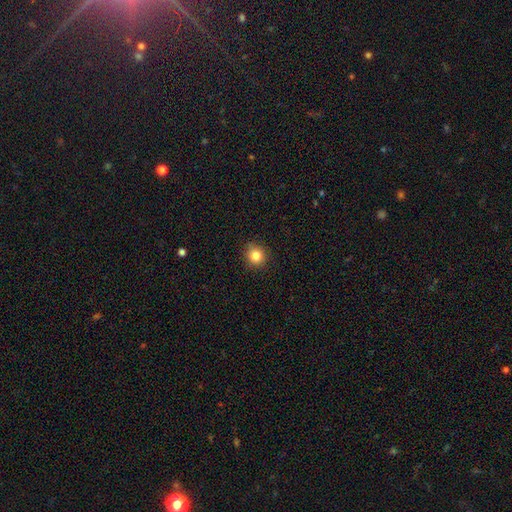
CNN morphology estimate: A smooth galaxy with no disk features (84%) that is round (91%).

Vote fractions:
- Smooth or featured? smooth: 84% / star or artifact: 11% / featured or disk: 5%
- How rounded? round: 91% / in between: 8% / cigar-shaped: 1%
- Merging? none: 89% / minor disturbance: 8% / major disturbance: 2% / merger: 1%